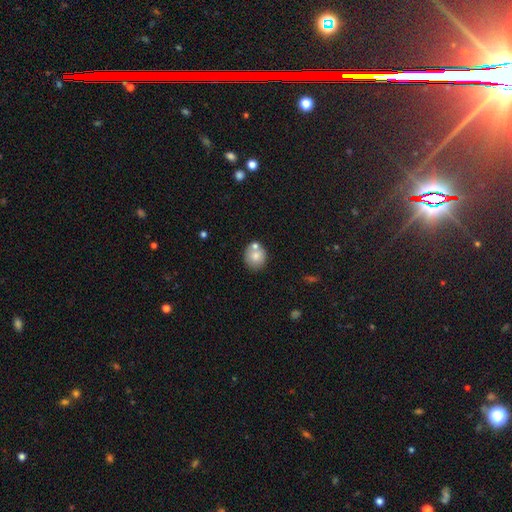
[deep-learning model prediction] smooth 77%, featured or disk 14%, star or artifact 9%. Down the decision tree: how rounded — round (81%); merging — none (65%).